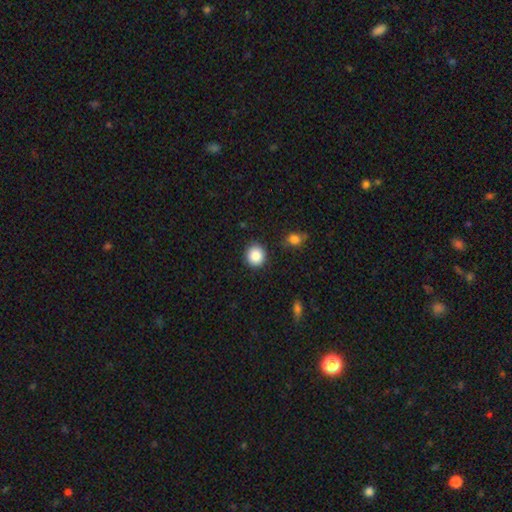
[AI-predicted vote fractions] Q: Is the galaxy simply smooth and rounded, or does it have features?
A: smooth — 88%.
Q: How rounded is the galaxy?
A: round — 88%.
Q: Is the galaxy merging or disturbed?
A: none — 88%.